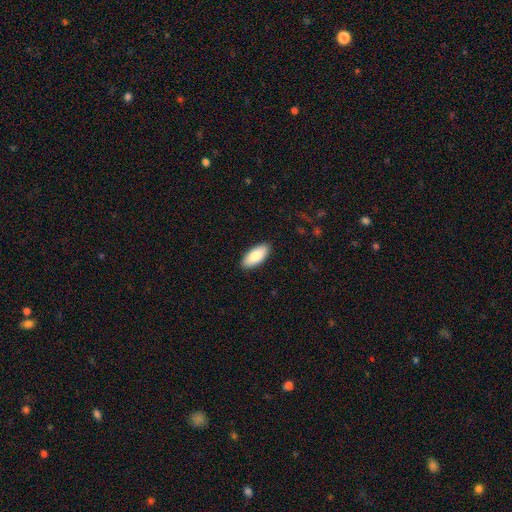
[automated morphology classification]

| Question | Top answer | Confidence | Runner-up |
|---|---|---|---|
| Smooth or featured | smooth | 84% | featured or disk (11%) |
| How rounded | in between | 89% | cigar-shaped (9%) |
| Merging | none | 90% | minor disturbance (8%) |